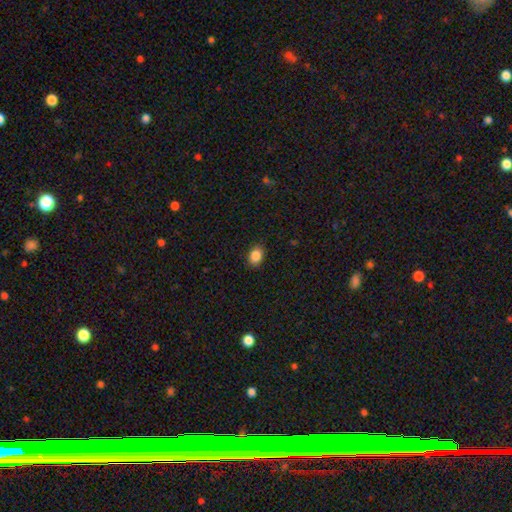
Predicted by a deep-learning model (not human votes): smooth-or-featured: smooth: 87% | star or artifact: 9% | featured or disk: 4%
  how-rounded: in between: 70% | round: 29% | cigar-shaped: 1%
  merging: none: 88% | minor disturbance: 9% | major disturbance: 2% | merger: 1%